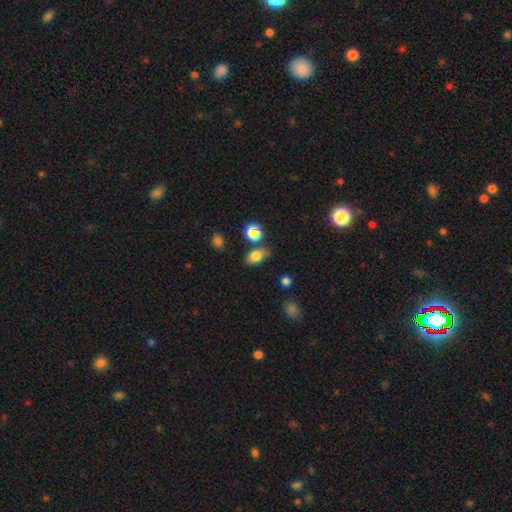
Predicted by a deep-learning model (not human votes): Q: Smooth or featured?
A: smooth (80%); runner-up: star or artifact (11%)
Q: How rounded?
A: in between (81%); runner-up: round (17%)
Q: Merging?
A: none (70%); runner-up: minor disturbance (17%)